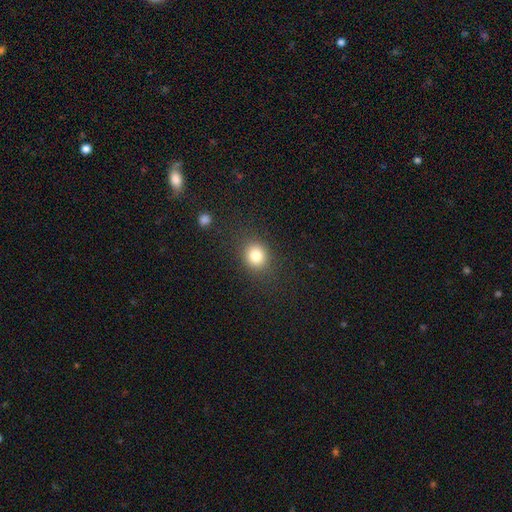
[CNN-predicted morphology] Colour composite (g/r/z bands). It shows a smooth galaxy with no disk features (81%) that is round (74%). Merging: none (84%).